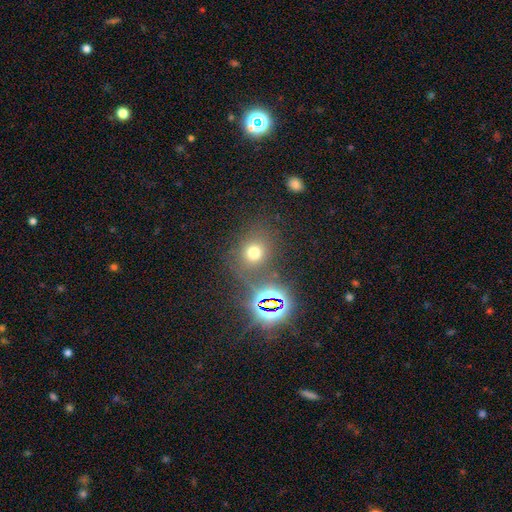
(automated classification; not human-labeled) The model was most divided on "smooth or featured": smooth: 49%, star or artifact: 41%, featured or disk: 10%. More confident: merging — none (76%).